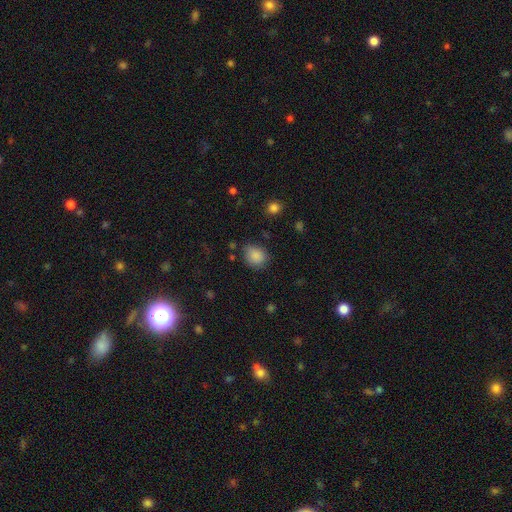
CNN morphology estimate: A smooth galaxy with no disk features (86%) that is round (60%).

Vote fractions:
- Smooth or featured? smooth: 86% / star or artifact: 10% / featured or disk: 4%
- How rounded? round: 60% / in between: 40% / cigar-shaped: 1%
- Merging? none: 73% / minor disturbance: 20% / major disturbance: 5% / merger: 3%